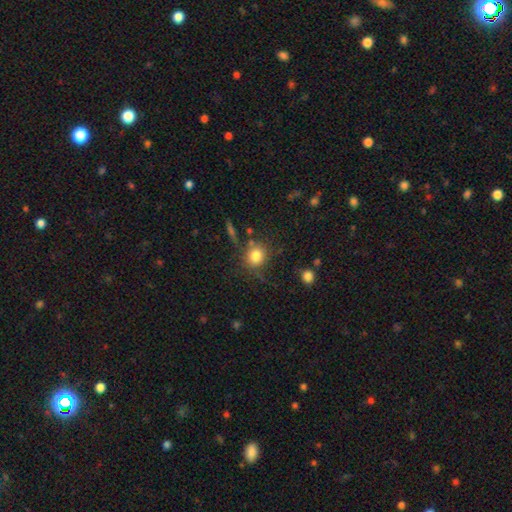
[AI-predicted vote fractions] A smooth galaxy with no disk features (81%) that is round (83%). Merging: none (74%).